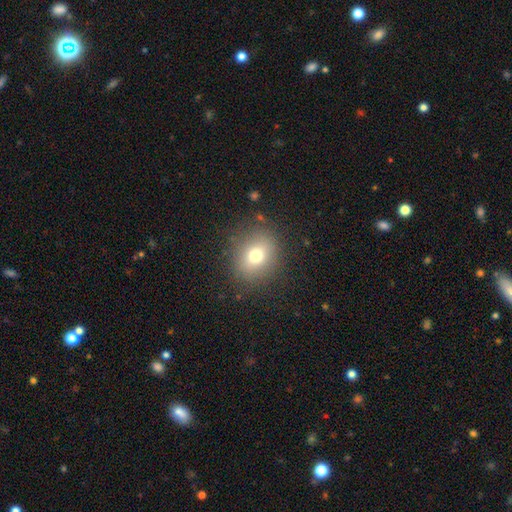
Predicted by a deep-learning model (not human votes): A smooth galaxy with no disk features (72%) that is round (66%). Merging: none (83%).